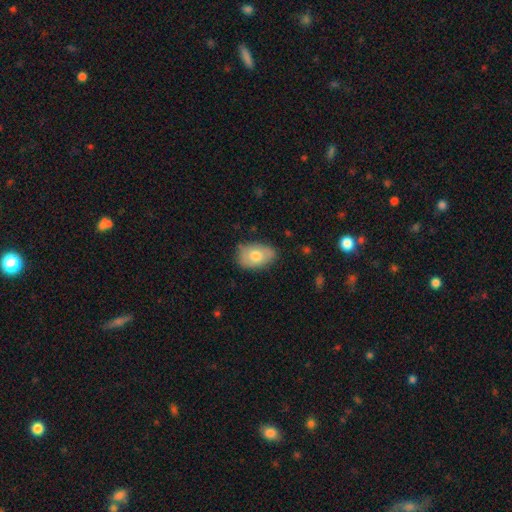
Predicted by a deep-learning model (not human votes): smooth-or-featured: smooth: 72% | featured or disk: 21% | star or artifact: 7%
  how-rounded: in between: 88% | round: 11% | cigar-shaped: 1%
  merging: none: 73% | minor disturbance: 21% | major disturbance: 4% | merger: 1%